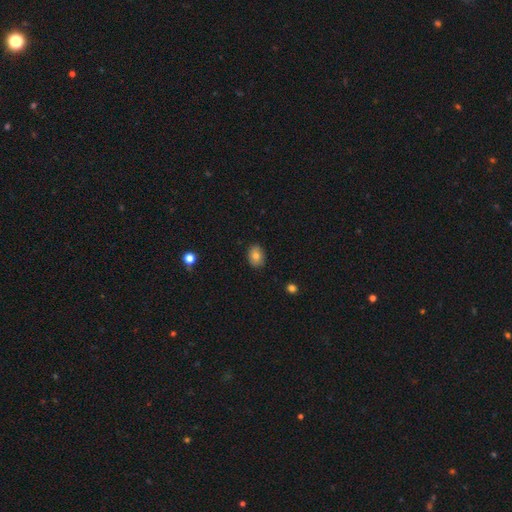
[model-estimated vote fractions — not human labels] smooth_or_featured: smooth (p=0.81) [alt: featured or disk p=0.10]
how_rounded: in between (p=0.75) [alt: round p=0.24]
merging: none (p=0.87) [alt: minor disturbance p=0.10]